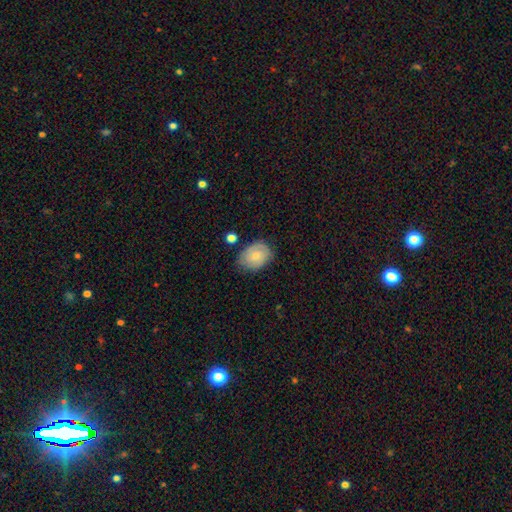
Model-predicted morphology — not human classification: The model was most divided on "smooth or featured": smooth: 56%, featured or disk: 37%, star or artifact: 7%. More confident: how rounded — in between (68%); merging — none (68%).